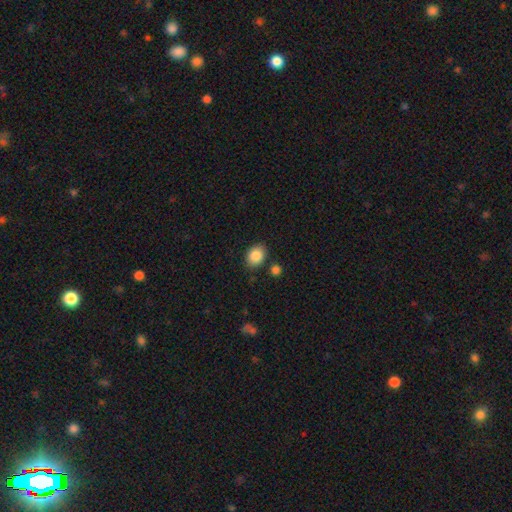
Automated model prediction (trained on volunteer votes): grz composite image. It shows a smooth galaxy with no disk features (87%) that is in between round and cigar-shaped (62%). Merging: none (81%).